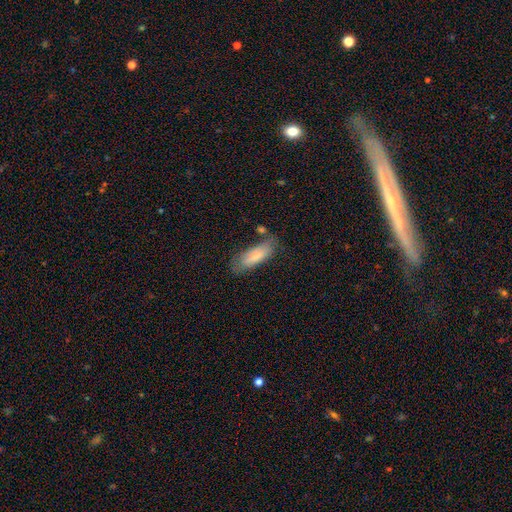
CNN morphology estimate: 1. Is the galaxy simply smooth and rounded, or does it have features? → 75% smooth, 18% featured or disk, 6% star or artifact.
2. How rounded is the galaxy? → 62% in between, 36% cigar-shaped, 2% round.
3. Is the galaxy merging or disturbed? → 61% none, 24% minor disturbance, 8% merger, 7% major disturbance.